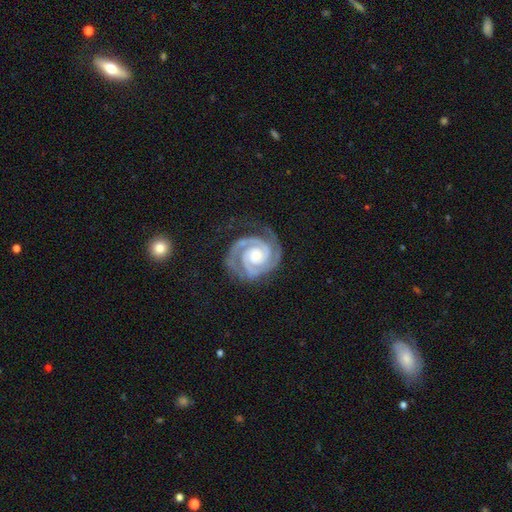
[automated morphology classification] Smooth or featured? Predicted: featured or disk (p=0.94). Edge-on disk? Predicted: no (p=0.98). Bar? Predicted: no (p=0.67). Spiral arms? Predicted: yes (p=0.99). Spiral winding? Predicted: tight (p=0.75). Spiral arm count? Predicted: 2 (p=0.88). Bulge size? Predicted: moderate (p=0.45). Merging? Predicted: none (p=0.77).